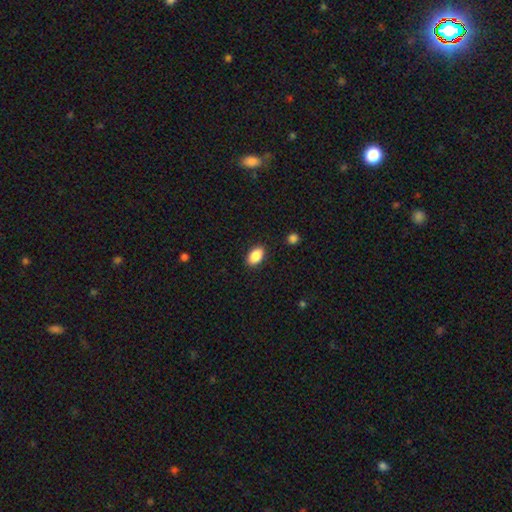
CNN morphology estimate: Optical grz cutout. It shows a smooth galaxy with no disk features (88%) that is in between round and cigar-shaped (91%). Merging: none (88%).